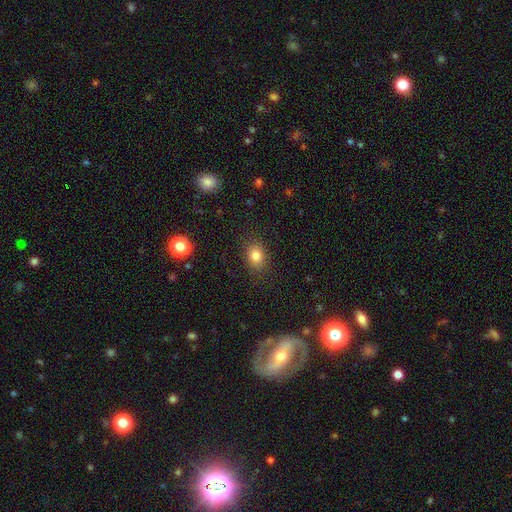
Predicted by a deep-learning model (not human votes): This is clearly a smooth galaxy (81%). How rounded: possibly in between (51%). Merging: clearly none (85%).